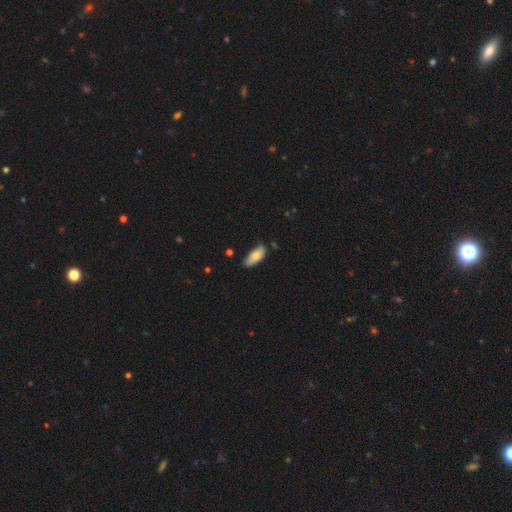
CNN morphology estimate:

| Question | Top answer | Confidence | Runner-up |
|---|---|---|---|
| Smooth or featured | smooth | 85% | featured or disk (9%) |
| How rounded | in between | 83% | cigar-shaped (15%) |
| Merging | none | 70% | minor disturbance (24%) |